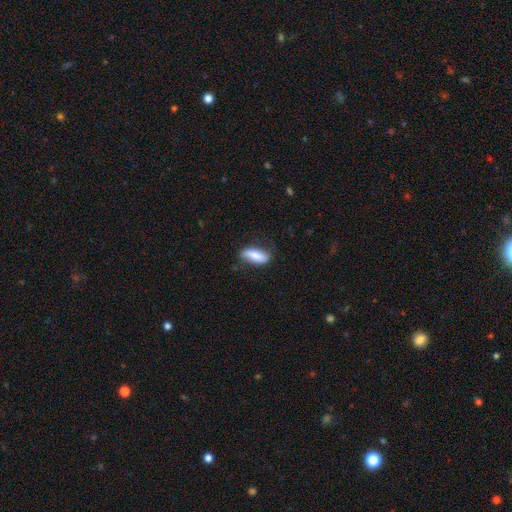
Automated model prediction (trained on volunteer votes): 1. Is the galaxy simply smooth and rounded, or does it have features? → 76% smooth, 18% featured or disk, 6% star or artifact.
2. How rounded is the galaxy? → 71% in between, 27% cigar-shaped, 3% round.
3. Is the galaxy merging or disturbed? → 67% none, 25% minor disturbance, 7% major disturbance, 2% merger.